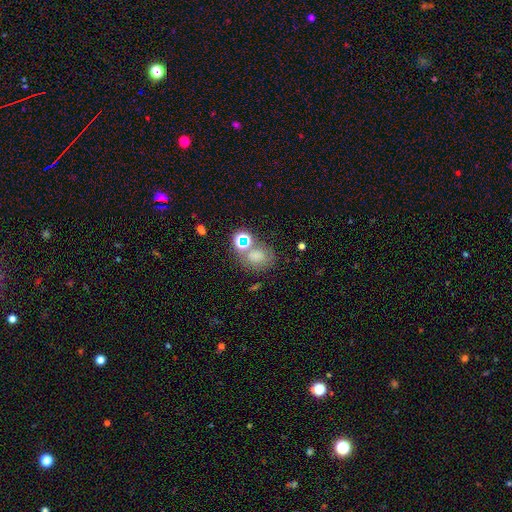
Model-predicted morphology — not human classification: The model was most divided on "how rounded": round: 50%, in between: 49%, cigar-shaped: 1%. More confident: smooth or featured — smooth (57%); merging — none (51%).